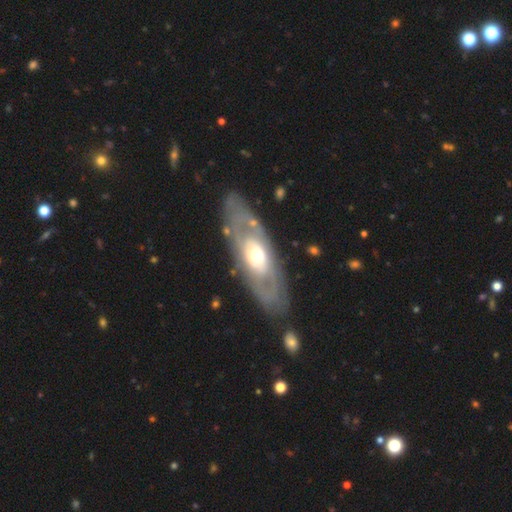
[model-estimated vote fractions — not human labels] Smooth or featured?
  - featured or disk: 71% *
  - smooth: 25%
  - star or artifact: 5%
Edge-on disk?
  - no: 84% *
  - yes: 16%
Bar?
  - no: 80% *
  - weak: 14%
  - strong: 6%
Spiral arms?
  - no: 63% *
  - yes: 37%
Bulge size?
  - moderate: 63% *
  - small: 21%
  - large: 13%
  - dominant: 1%
  - none: 1%
Merging?
  - none: 78% *
  - minor disturbance: 13%
  - major disturbance: 6%
  - merger: 3%